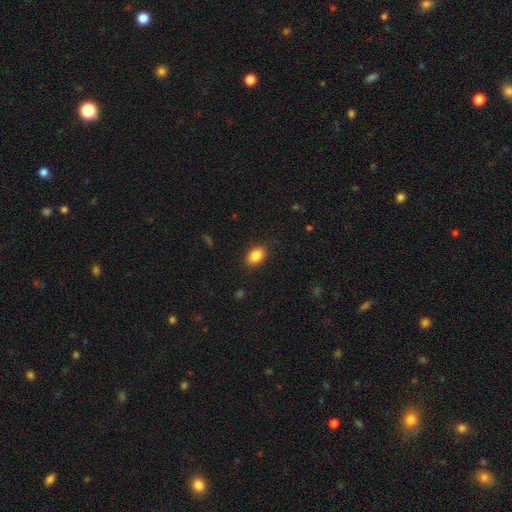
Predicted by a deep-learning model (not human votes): Smooth or featured? smooth (87%)
How rounded? in between (83%)
Merging? none (88%)